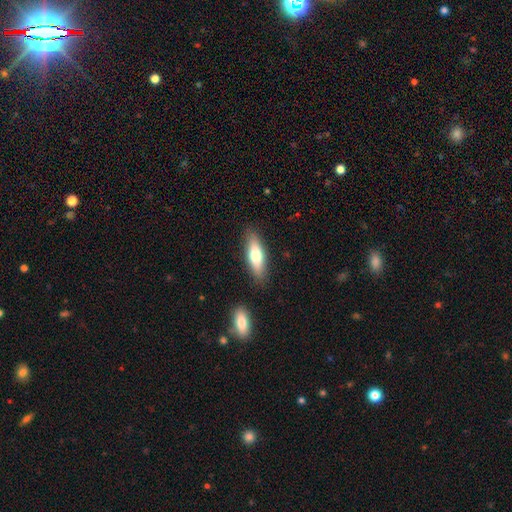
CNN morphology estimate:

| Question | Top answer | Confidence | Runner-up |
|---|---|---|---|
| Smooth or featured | smooth | 68% | featured or disk (26%) |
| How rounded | in between | 54% | cigar-shaped (44%) |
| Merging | none | 86% | minor disturbance (9%) |